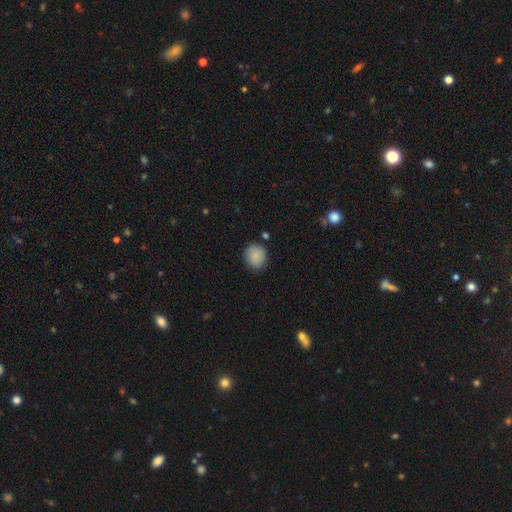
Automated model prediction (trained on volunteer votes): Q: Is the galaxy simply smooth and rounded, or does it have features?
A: smooth — 87%.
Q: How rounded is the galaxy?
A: round — 83%.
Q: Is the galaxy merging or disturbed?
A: none — 84%.